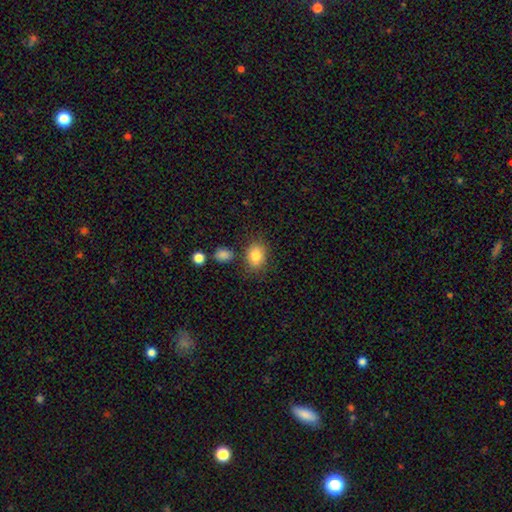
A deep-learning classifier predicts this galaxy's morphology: type=smooth (83%); roundness=in between (59%); merging=none (76%).